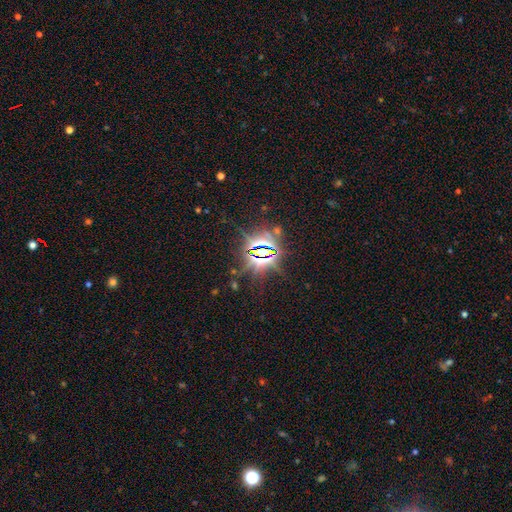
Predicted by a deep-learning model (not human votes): star or artifact 85%, featured or disk 8%, smooth 7%.